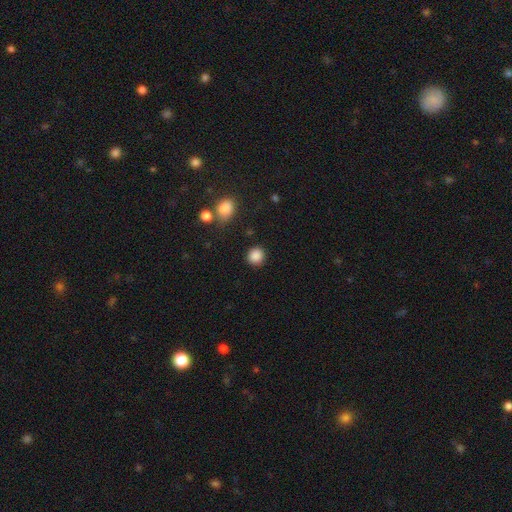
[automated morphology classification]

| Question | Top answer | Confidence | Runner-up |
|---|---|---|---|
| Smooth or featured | smooth | 87% | star or artifact (10%) |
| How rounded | round | 89% | in between (10%) |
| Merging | none | 88% | minor disturbance (7%) |